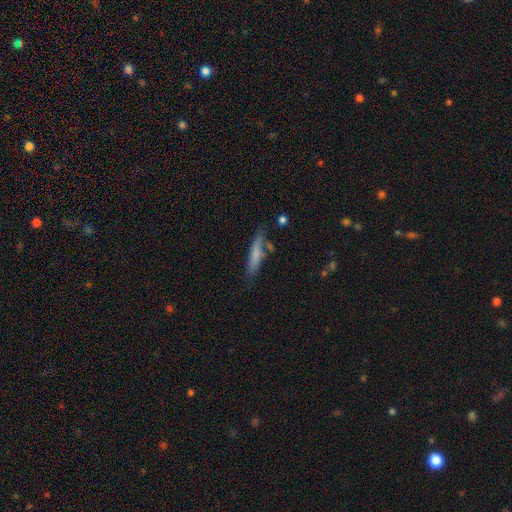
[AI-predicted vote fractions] smooth 73%, featured or disk 21%, star or artifact 7%. Down the decision tree: how rounded — cigar-shaped (77%); merging — none (63%).